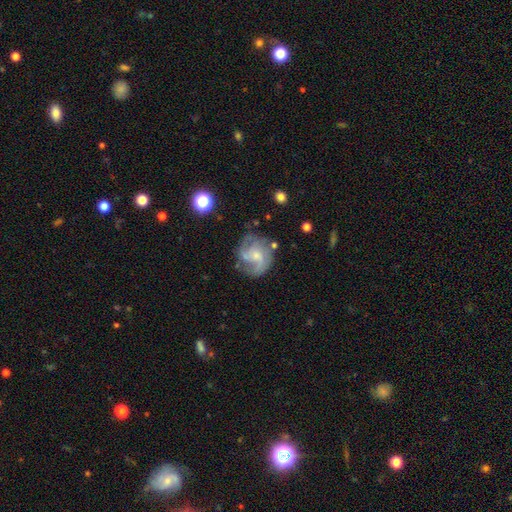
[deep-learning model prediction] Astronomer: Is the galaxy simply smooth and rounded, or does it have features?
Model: featured or disk — 75%.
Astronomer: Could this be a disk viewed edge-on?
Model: no — 98%.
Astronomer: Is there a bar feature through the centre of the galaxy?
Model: no — 62%.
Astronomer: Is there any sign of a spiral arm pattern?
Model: yes — 90%.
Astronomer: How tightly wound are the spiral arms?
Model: medium — 46% (runner-up: tight, 29%).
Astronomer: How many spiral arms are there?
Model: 2 — 34% (runner-up: 3, 25%).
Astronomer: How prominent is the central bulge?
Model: small — 51% (runner-up: moderate, 35%).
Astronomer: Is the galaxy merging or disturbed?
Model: none — 62%.